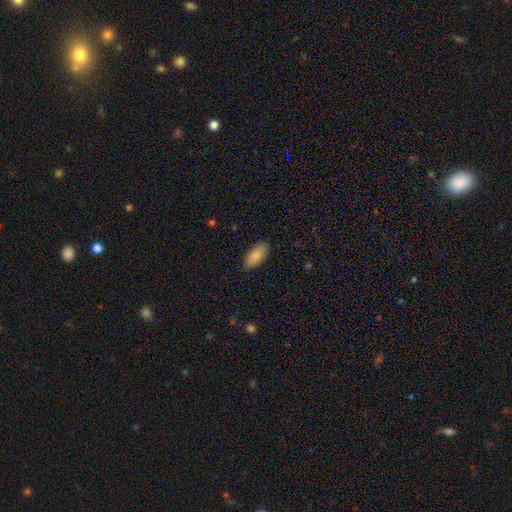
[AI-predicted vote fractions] smooth_or_featured: smooth (p=0.86) [alt: featured or disk p=0.07]
how_rounded: in between (p=0.89) [alt: cigar-shaped p=0.09]
merging: none (p=0.87) [alt: minor disturbance p=0.10]